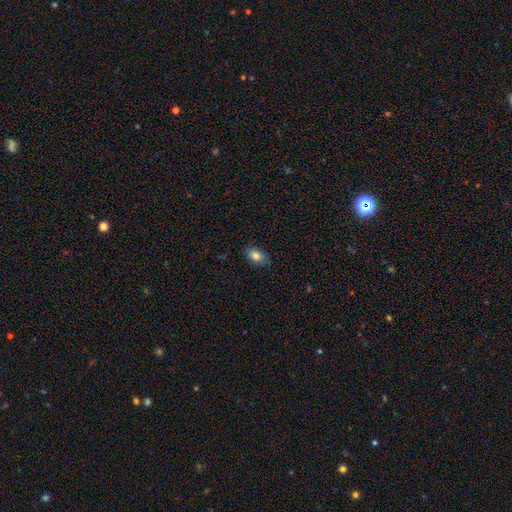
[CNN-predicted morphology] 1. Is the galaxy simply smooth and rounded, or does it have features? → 83% smooth, 8% featured or disk, 8% star or artifact.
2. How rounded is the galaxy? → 86% in between, 13% round, 2% cigar-shaped.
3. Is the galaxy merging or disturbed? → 83% none, 13% minor disturbance, 3% major disturbance, 1% merger.